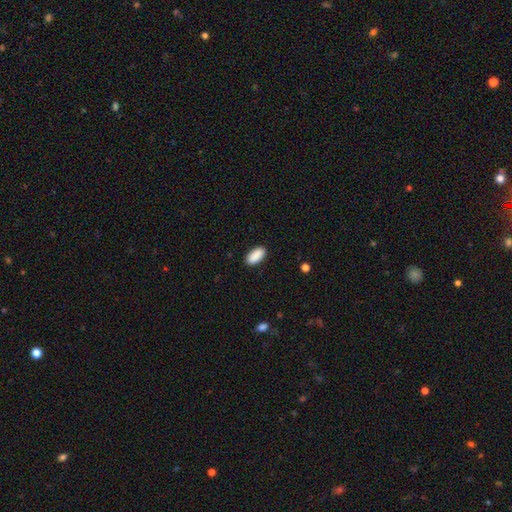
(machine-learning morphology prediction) Smooth or featured? smooth (91%)
How rounded? in between (92%)
Merging? none (89%)